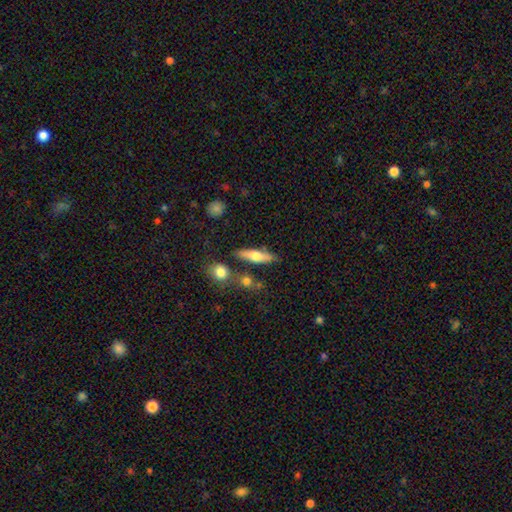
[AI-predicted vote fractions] smooth_or_featured: smooth (p=0.61) [alt: featured or disk p=0.32]
how_rounded: cigar-shaped (p=0.61) [alt: in between p=0.35]
merging: none (p=0.73) [alt: minor disturbance p=0.13]